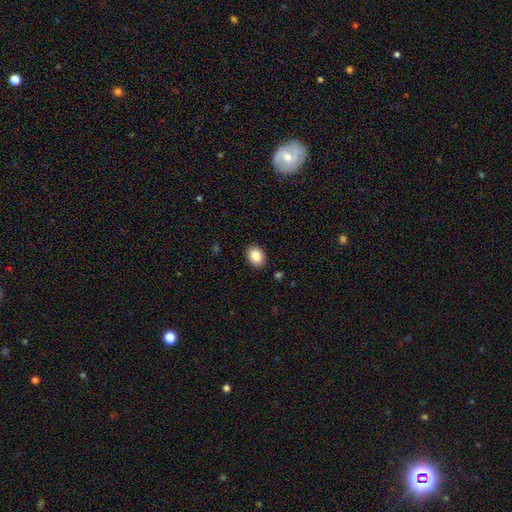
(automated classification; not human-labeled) Morphology: type=smooth (86%); roundness=in between (61%); merging=none (89%).